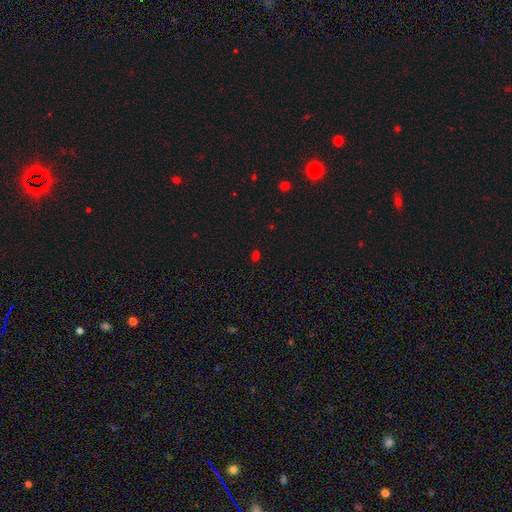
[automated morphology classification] A smooth galaxy with no disk features (53%) that is in between round and cigar-shaped (75%).

Vote fractions:
- Smooth or featured? smooth: 53% / star or artifact: 42% / featured or disk: 6%
- How rounded? in between: 75% / round: 22% / cigar-shaped: 3%
- Merging? none: 78% / minor disturbance: 13% / merger: 5% / major disturbance: 5%